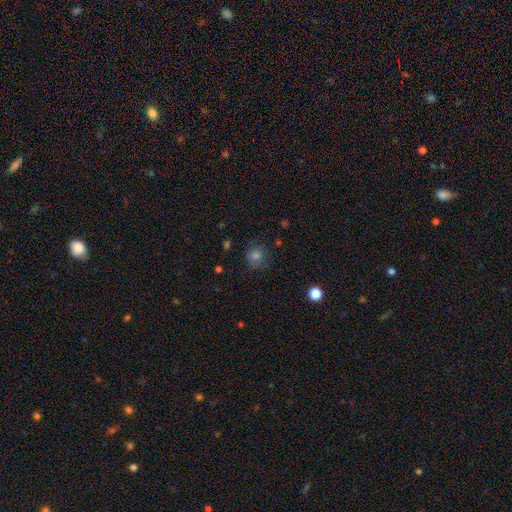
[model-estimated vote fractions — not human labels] This appears to be a smooth galaxy with no disk features (70%) that is round (86%). Merging: none (77%).